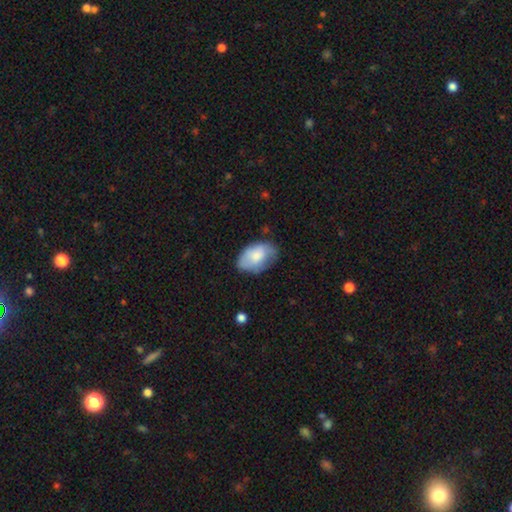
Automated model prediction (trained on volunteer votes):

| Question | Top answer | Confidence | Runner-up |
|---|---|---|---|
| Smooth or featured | smooth | 74% | featured or disk (20%) |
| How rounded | in between | 90% | round (9%) |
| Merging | none | 61% | minor disturbance (29%) |